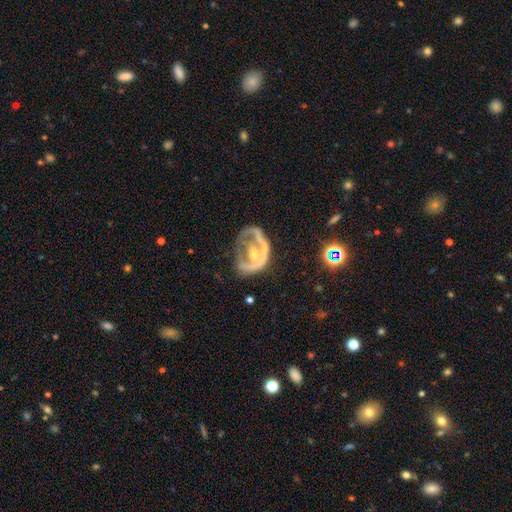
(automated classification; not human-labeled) Smooth or featured?
  - featured or disk: 74% *
  - smooth: 18%
  - star or artifact: 8%
Edge-on disk?
  - no: 96% *
  - yes: 4%
Bar?
  - no: 65% *
  - weak: 23%
  - strong: 12%
Spiral arms?
  - no: 56% *
  - yes: 44%
Bulge size?
  - moderate: 50% *
  - small: 42%
  - none: 4%
  - large: 3%
  - dominant: 1%
Merging?
  - major disturbance: 40% *
  - none: 31%
  - minor disturbance: 23%
  - merger: 6%